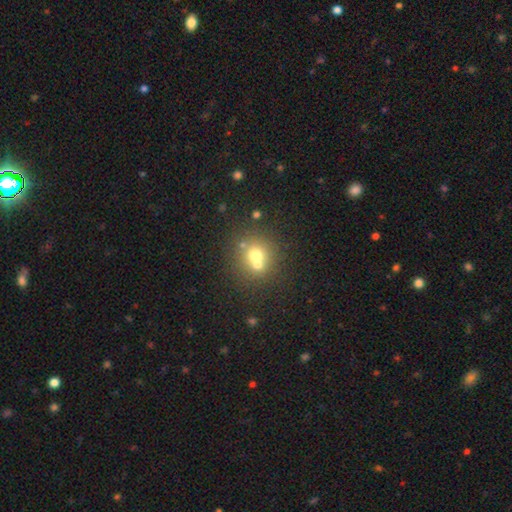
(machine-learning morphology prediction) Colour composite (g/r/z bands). It shows a smooth galaxy with no disk features (65%) that is round (85%). Merging: none (47%).